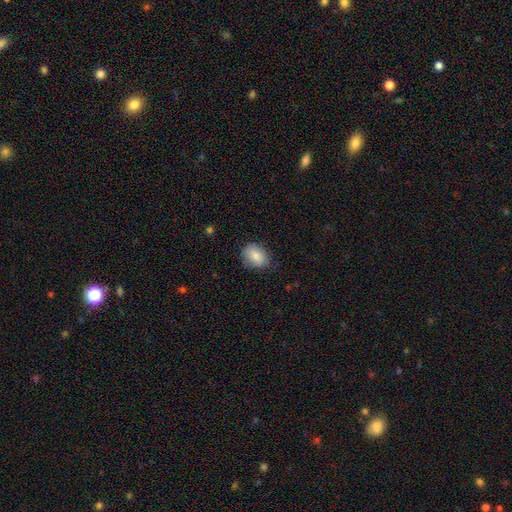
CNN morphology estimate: type=smooth (83%); roundness=in between (68%); merging=none (78%).